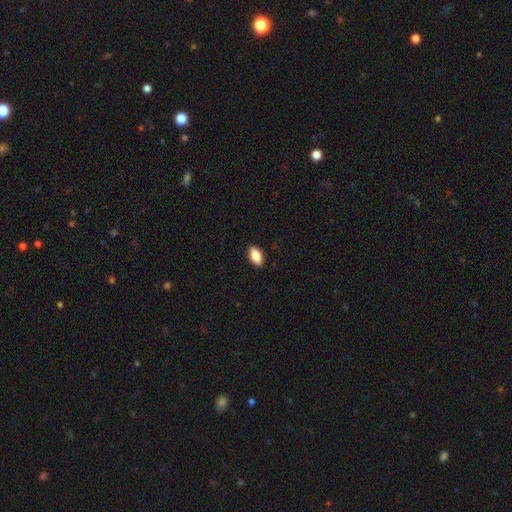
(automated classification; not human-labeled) Overall: smooth (83%). How rounded: in between (92%). Merging: none (90%).